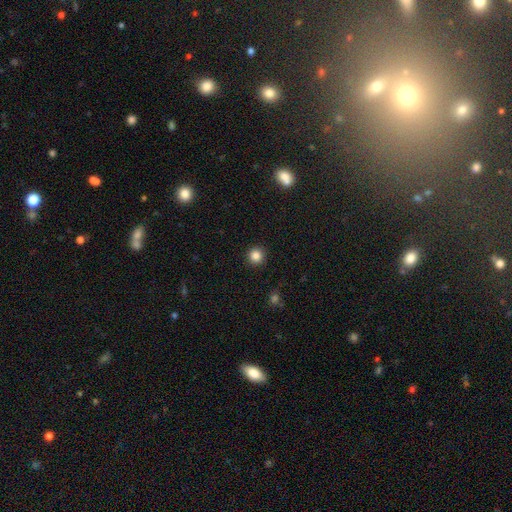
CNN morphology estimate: A smooth galaxy with no disk features (84%) that is round (94%).

Vote fractions:
- Smooth or featured? smooth: 84% / star or artifact: 12% / featured or disk: 4%
- How rounded? round: 94% / in between: 5% / cigar-shaped: 1%
- Merging? none: 92% / minor disturbance: 5% / major disturbance: 2% / merger: 1%